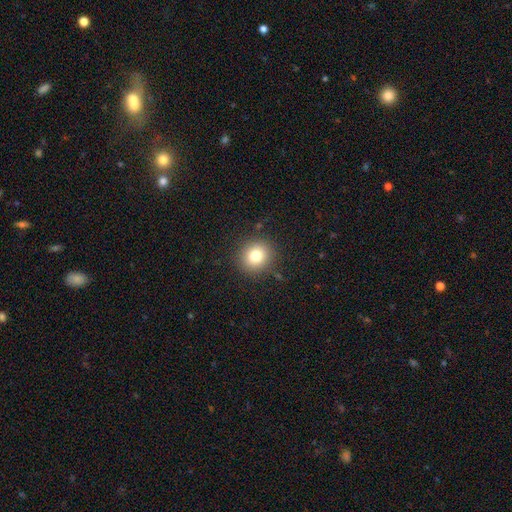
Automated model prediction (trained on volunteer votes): smooth-or-featured: smooth: 79% | star or artifact: 12% | featured or disk: 9%
  how-rounded: round: 87% | in between: 12% | cigar-shaped: 1%
  merging: none: 88% | minor disturbance: 7% | major disturbance: 3% | merger: 1%